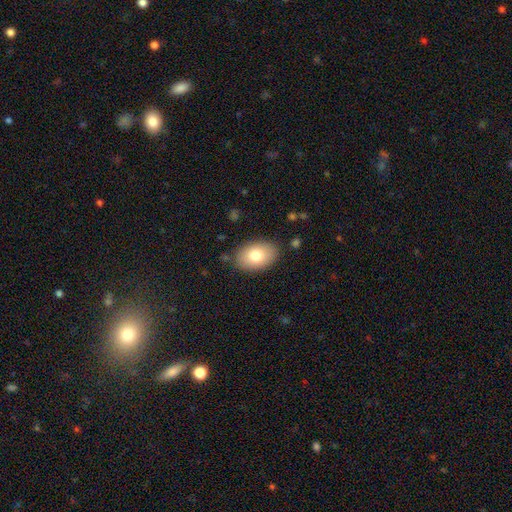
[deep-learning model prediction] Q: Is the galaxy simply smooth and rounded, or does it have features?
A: smooth — 78%.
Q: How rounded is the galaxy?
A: in between — 88%.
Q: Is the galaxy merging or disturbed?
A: none — 85%.